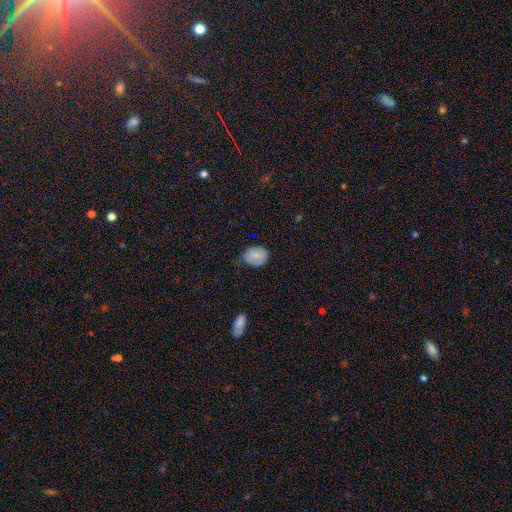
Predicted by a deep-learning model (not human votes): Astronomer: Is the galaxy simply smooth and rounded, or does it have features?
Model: smooth — 76%.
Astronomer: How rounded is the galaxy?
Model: in between — 52% (runner-up: round, 47%).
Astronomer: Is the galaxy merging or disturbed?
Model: none — 69%.